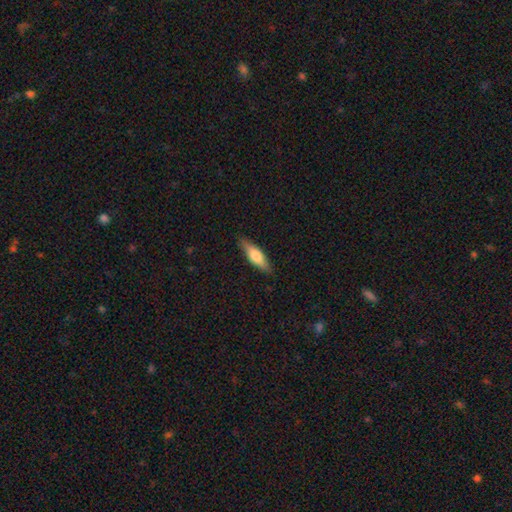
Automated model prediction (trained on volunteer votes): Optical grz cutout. It shows a smooth galaxy with no disk features (65%) that is cigar-shaped (55%). Merging: none (87%).